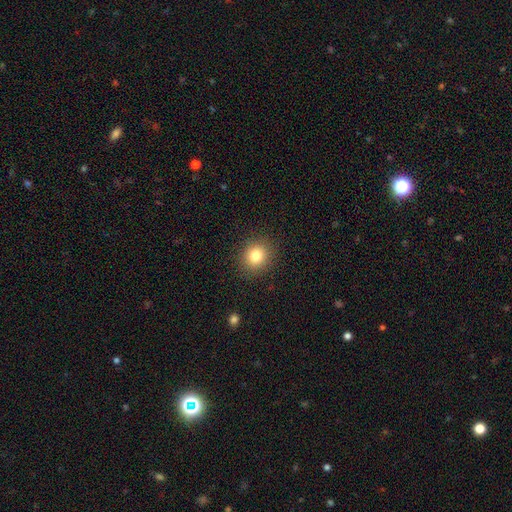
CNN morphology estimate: A smooth galaxy with no disk features (81%) that is round (79%). Merging: none (89%).